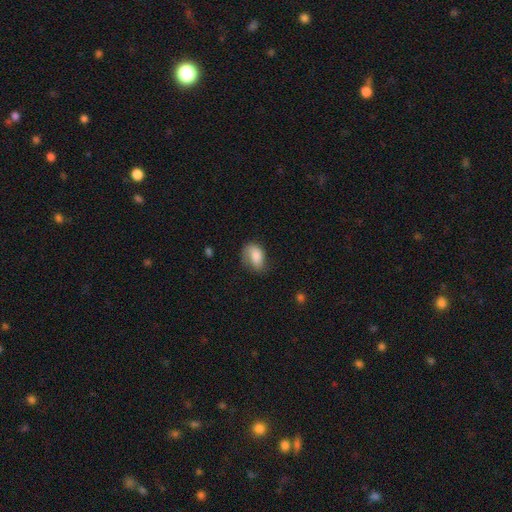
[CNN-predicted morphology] Smooth or featured? smooth (80%)
How rounded? in between (86%)
Merging? none (52%)